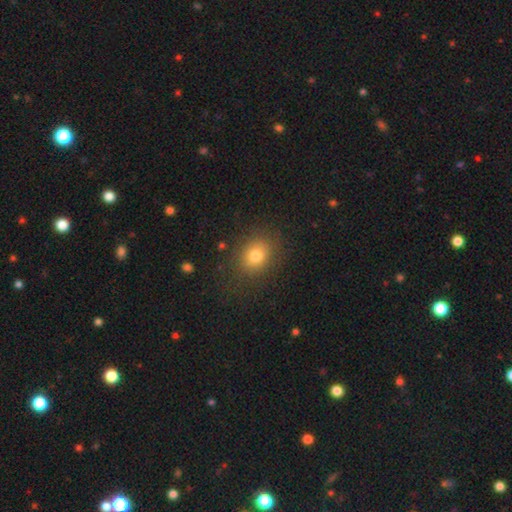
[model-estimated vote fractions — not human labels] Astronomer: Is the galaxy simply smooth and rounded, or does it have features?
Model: smooth — 76%.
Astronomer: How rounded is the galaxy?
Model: round — 54% (runner-up: in between, 45%).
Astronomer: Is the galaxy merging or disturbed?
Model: none — 82%.